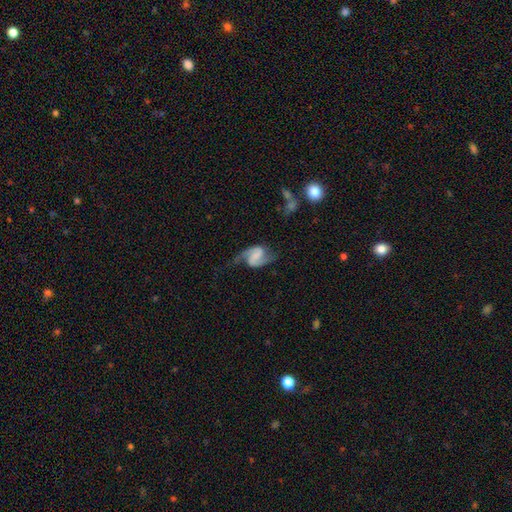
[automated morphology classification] A featured or disk galaxy (86%) with a weak bar (42%), 2 (93%) loose (44%, tied with medium) spiral arms (97%) and no central bulge (57%). Merging: none (67%).